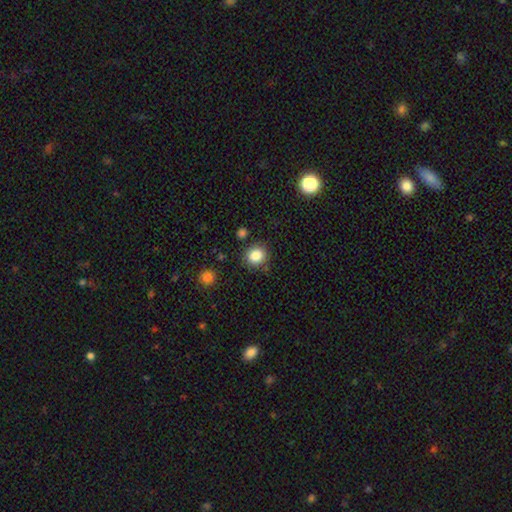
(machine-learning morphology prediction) smooth-or-featured: smooth: 85% | star or artifact: 10% | featured or disk: 5%
  how-rounded: round: 85% | in between: 14% | cigar-shaped: 1%
  merging: none: 85% | minor disturbance: 9% | merger: 3% | major disturbance: 3%